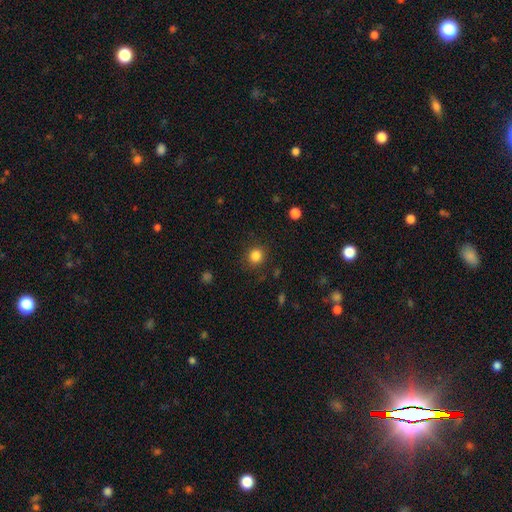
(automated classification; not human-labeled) Smooth or featured?
  - smooth: 84% *
  - star or artifact: 12%
  - featured or disk: 4%
How rounded?
  - round: 90% *
  - in between: 10%
  - cigar-shaped: 1%
Merging?
  - none: 87% *
  - minor disturbance: 8%
  - major disturbance: 3%
  - merger: 1%